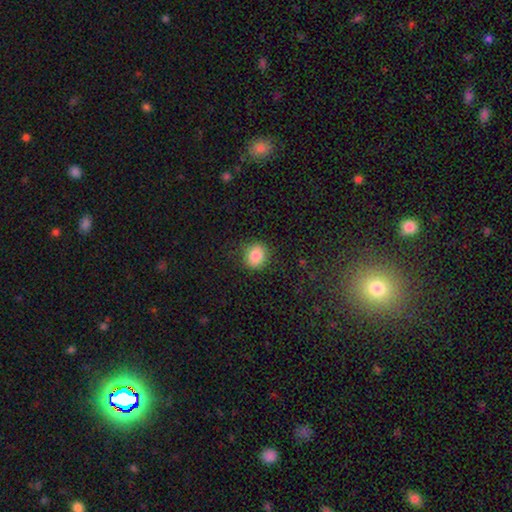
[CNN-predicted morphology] Smooth or featured? smooth (84%)
How rounded? round (74%)
Merging? none (84%)